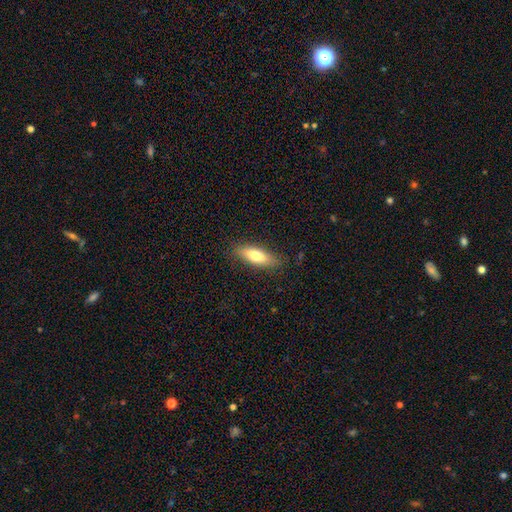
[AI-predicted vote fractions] A smooth galaxy with no disk features (72%) that is in between round and cigar-shaped (57%).

Vote fractions:
- Smooth or featured? smooth: 72% / featured or disk: 22% / star or artifact: 6%
- How rounded? in between: 57% / cigar-shaped: 41% / round: 2%
- Merging? none: 83% / minor disturbance: 13% / major disturbance: 3% / merger: 1%